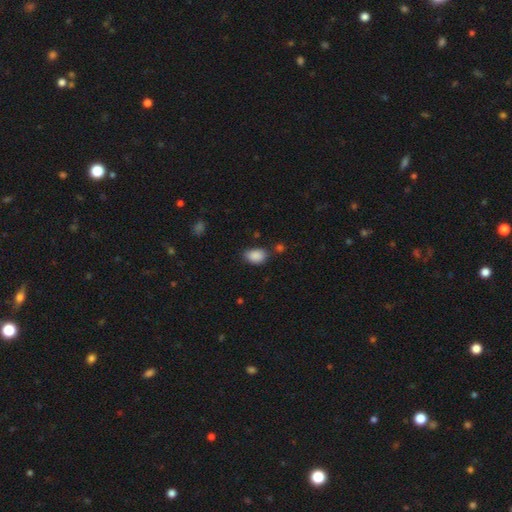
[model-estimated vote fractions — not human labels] Morphology: type=smooth (88%); roundness=in between (82%); merging=none (69%).